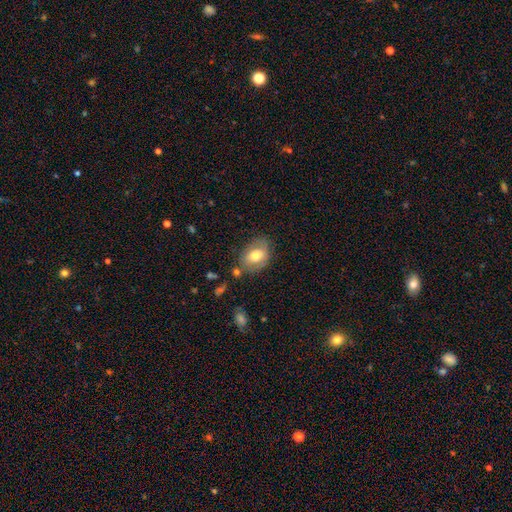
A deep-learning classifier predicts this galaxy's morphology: The model was most divided on "smooth or featured": smooth: 61%, featured or disk: 31%, star or artifact: 8%. More confident: how rounded — in between (73%); merging — none (67%).